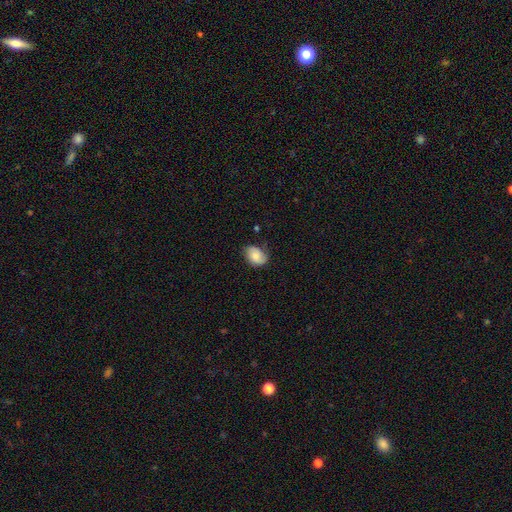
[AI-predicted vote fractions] Smooth or featured? smooth (70%)
How rounded? in between (74%)
Merging? none (64%)